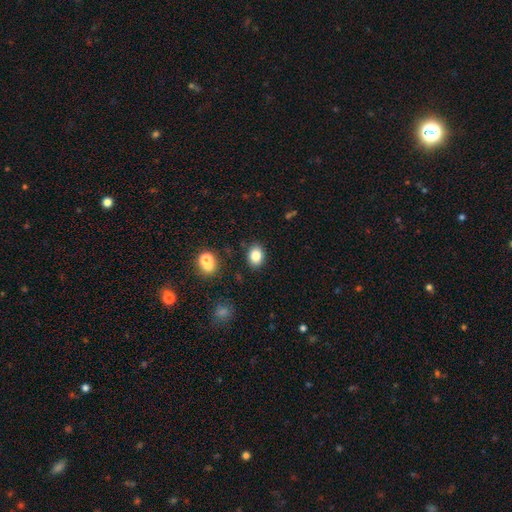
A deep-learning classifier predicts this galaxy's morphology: smooth-or-featured: smooth: 84% | star or artifact: 10% | featured or disk: 6%
  how-rounded: in between: 62% | round: 37% | cigar-shaped: 1%
  merging: none: 86% | minor disturbance: 9% | major disturbance: 3% | merger: 2%